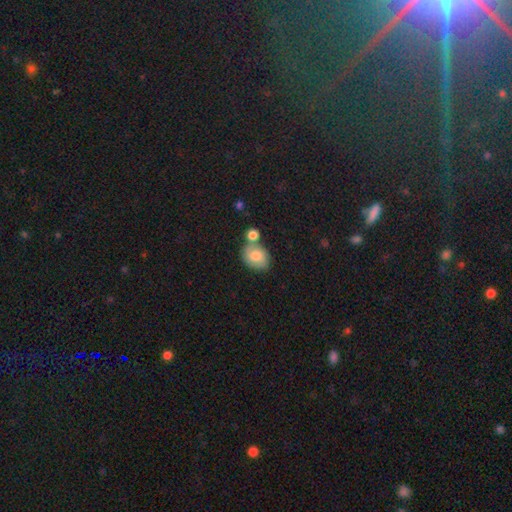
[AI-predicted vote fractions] This appears to be a smooth galaxy with no disk features (79%) that is in between round and cigar-shaped (62%). Merging: none (47%).